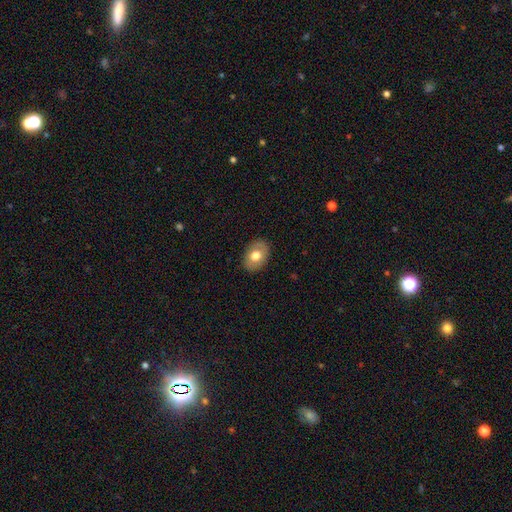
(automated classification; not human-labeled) Smooth or featured? Predicted: smooth (p=0.69). How rounded? Predicted: in between (p=0.75). Merging? Predicted: none (p=0.86).